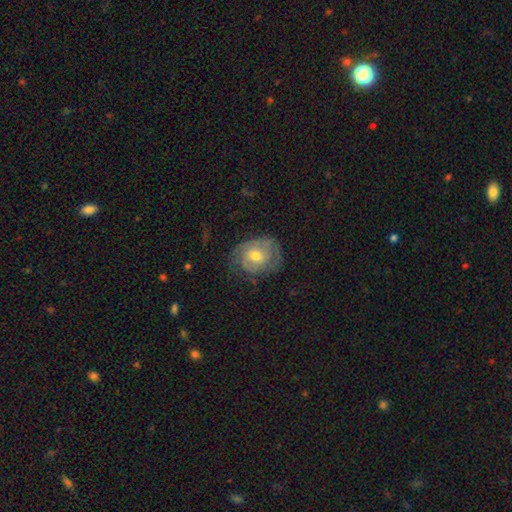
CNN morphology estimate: featured or disk 64%, smooth 29%, star or artifact 7%. Down the decision tree: edge-on disk — no (97%); bar — no (65%); spiral arms — yes (82%); spiral arm count — 2 (41%); spiral winding — tight (53%); bulge size — moderate (67%); merging — none (60%).